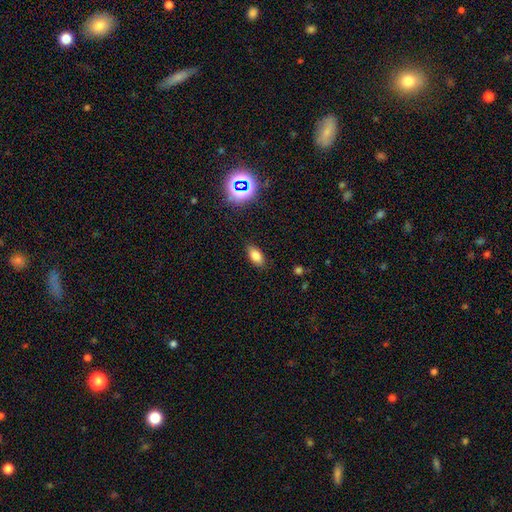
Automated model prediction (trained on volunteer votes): A smooth galaxy with no disk features (79%) that is in between round and cigar-shaped (89%). Merging: none (86%).